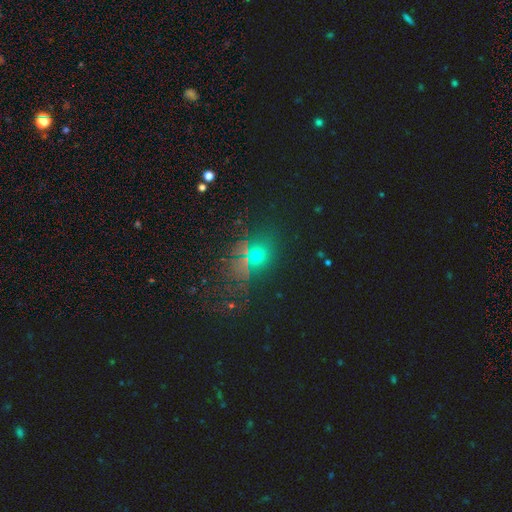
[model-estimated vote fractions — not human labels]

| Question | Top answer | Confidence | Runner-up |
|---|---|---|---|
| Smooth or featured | smooth | 52% | star or artifact (38%) |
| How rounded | round | 70% | in between (28%) |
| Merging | none | 76% | minor disturbance (12%) |